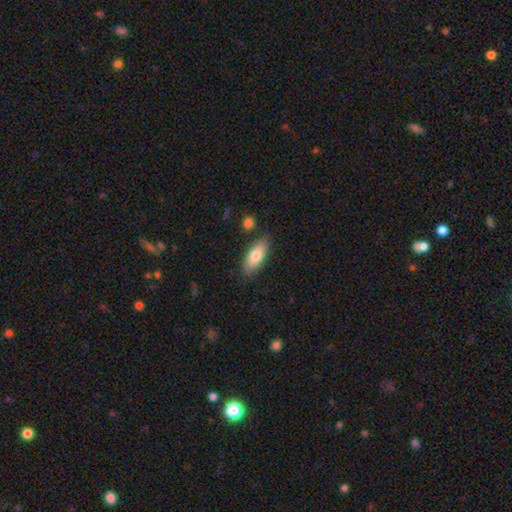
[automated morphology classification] Smooth or featured?
  - smooth: 77% *
  - featured or disk: 16%
  - star or artifact: 6%
How rounded?
  - in between: 79% *
  - cigar-shaped: 18%
  - round: 2%
Merging?
  - none: 82% *
  - minor disturbance: 12%
  - merger: 3%
  - major disturbance: 2%